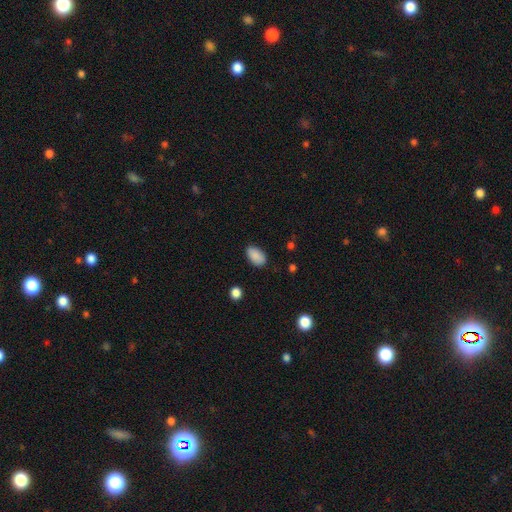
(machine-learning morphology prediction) The model was most divided on "merging": none: 84%, minor disturbance: 12%, major disturbance: 3%, merger: 1%. More confident: how rounded — in between (93%); smooth or featured — smooth (89%).